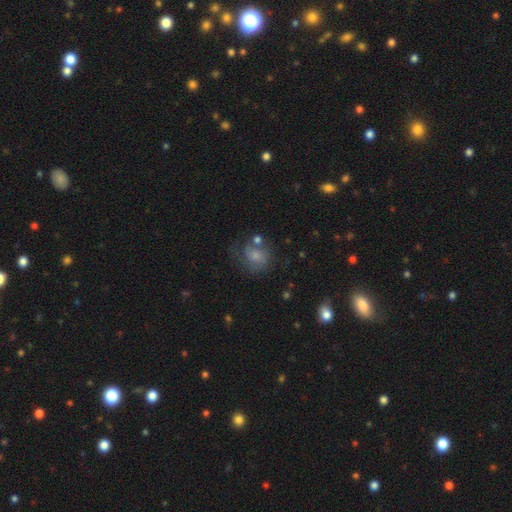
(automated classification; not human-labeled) A smooth galaxy with no disk features (48%).

Vote fractions:
- Smooth or featured? smooth: 48% / featured or disk: 41% / star or artifact: 11%
- Merging? none: 48% / minor disturbance: 23% / major disturbance: 19% / merger: 10%